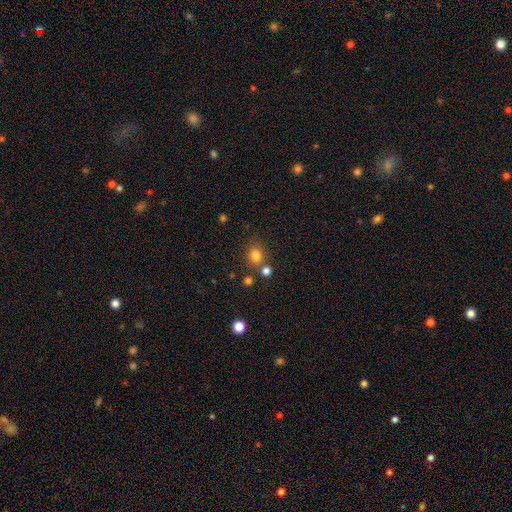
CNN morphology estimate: A smooth galaxy with no disk features (80%) that is round (83%).

Vote fractions:
- Smooth or featured? smooth: 80% / star or artifact: 14% / featured or disk: 6%
- How rounded? round: 83% / in between: 16% / cigar-shaped: 1%
- Merging? none: 72% / merger: 14% / minor disturbance: 10% / major disturbance: 4%